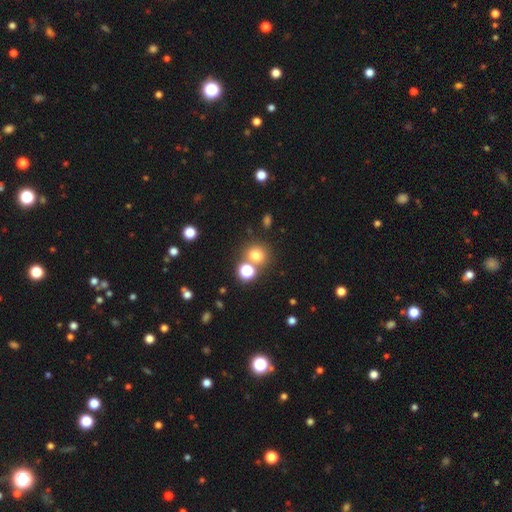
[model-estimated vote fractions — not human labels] Smooth or featured? smooth (72%)
How rounded? round (84%)
Merging? none (70%)